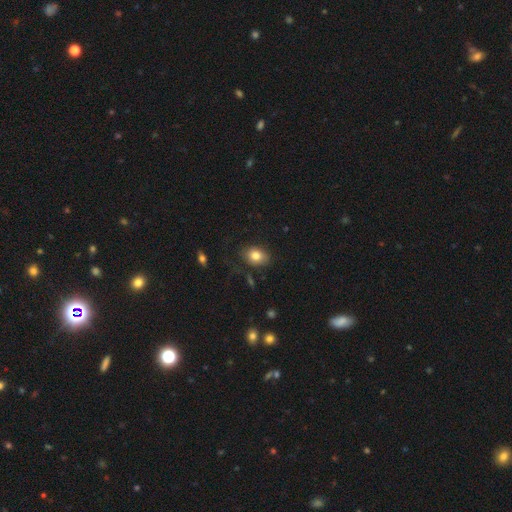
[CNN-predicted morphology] A smooth galaxy with no disk features (82%) that is in between round and cigar-shaped (72%).

Vote fractions:
- Smooth or featured? smooth: 82% / featured or disk: 9% / star or artifact: 9%
- How rounded? in between: 72% / round: 27% / cigar-shaped: 1%
- Merging? none: 79% / minor disturbance: 15% / major disturbance: 4% / merger: 2%